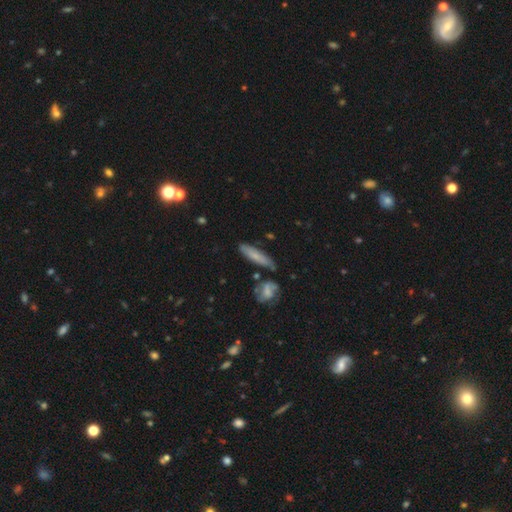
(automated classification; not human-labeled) smooth-or-featured: smooth: 66% | featured or disk: 27% | star or artifact: 7%
  how-rounded: cigar-shaped: 75% | in between: 22% | round: 3%
  merging: none: 74% | minor disturbance: 15% | merger: 7% | major disturbance: 4%